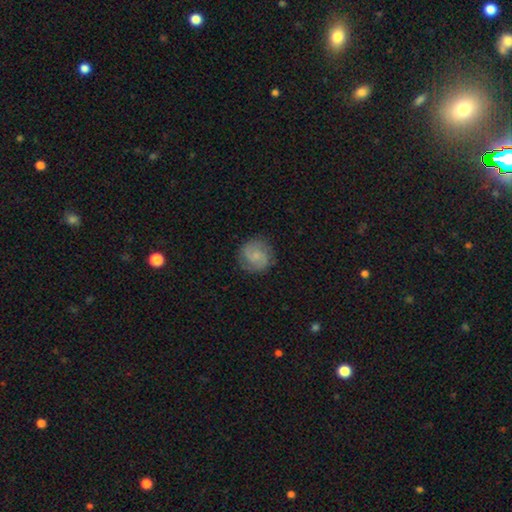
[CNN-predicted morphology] Overall: featured or disk (51%; smooth 42%). Edge-on disk: no (98%). Merging: none (82%).